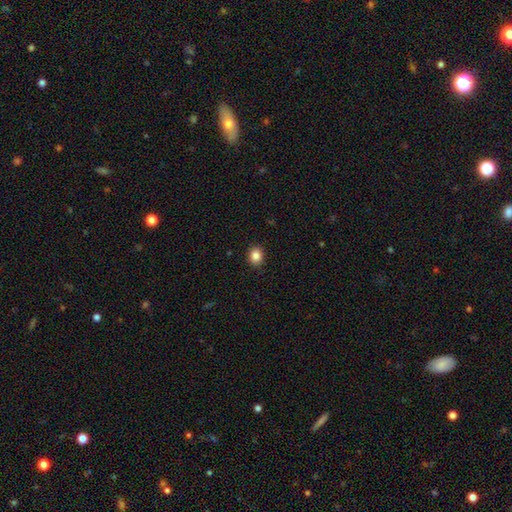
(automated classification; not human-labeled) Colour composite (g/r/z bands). It shows a smooth galaxy with no disk features (86%) that is round (67%). Merging: none (90%).